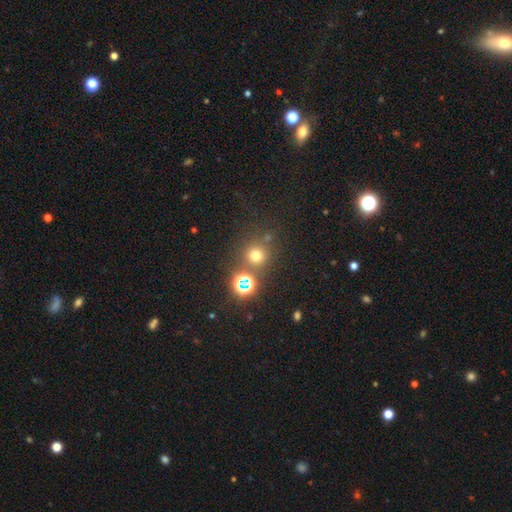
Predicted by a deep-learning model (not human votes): smooth_or_featured: smooth (p=0.64) [alt: star or artifact p=0.28]
how_rounded: round (p=0.93) [alt: in between p=0.06]
merging: none (p=0.76) [alt: merger p=0.12]